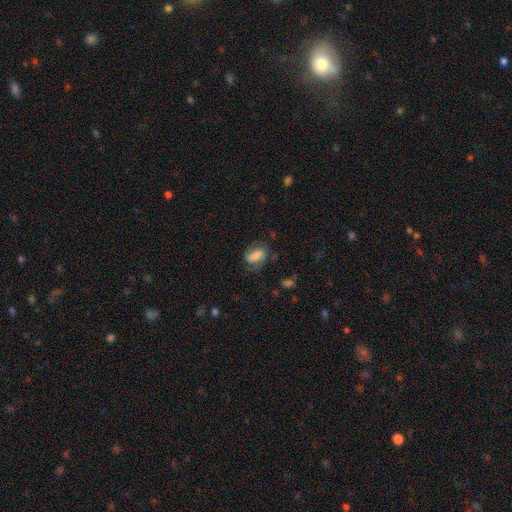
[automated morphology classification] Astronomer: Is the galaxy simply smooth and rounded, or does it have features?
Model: smooth — 46% (runner-up: featured or disk, 45%).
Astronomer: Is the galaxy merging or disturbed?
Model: none — 54%.